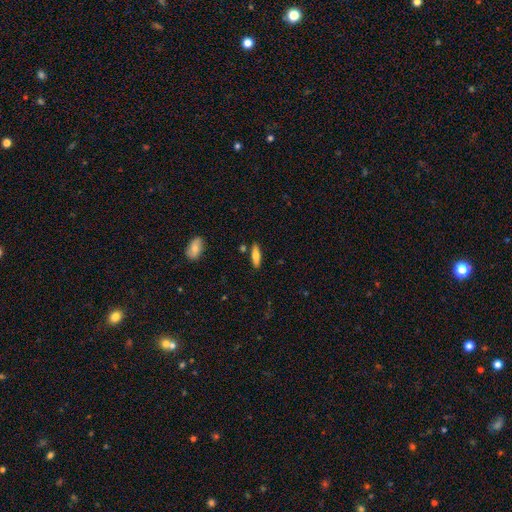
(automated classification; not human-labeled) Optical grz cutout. It shows a smooth galaxy with no disk features (69%) that is cigar-shaped (52%). Merging: none (85%).